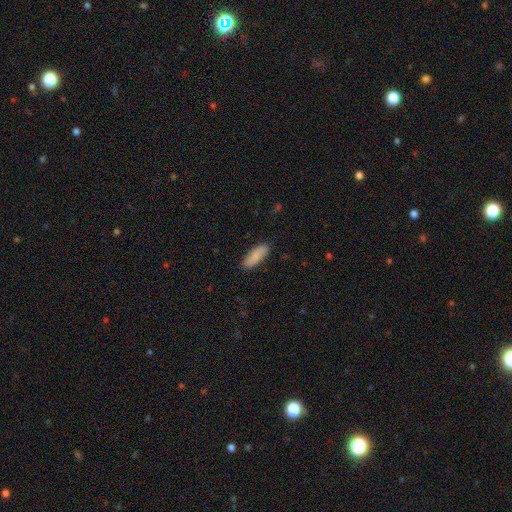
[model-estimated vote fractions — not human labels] Morphology: type=smooth (85%); roundness=in between (66%); merging=none (87%).